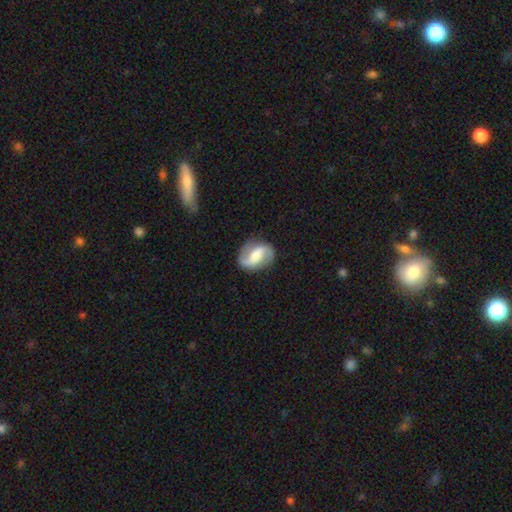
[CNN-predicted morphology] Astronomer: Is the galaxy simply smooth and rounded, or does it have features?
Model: featured or disk — 79%.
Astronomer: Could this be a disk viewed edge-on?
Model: no — 97%.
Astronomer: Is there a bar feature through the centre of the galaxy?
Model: strong — 42% (runner-up: weak, 39%).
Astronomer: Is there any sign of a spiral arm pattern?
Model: yes — 94%.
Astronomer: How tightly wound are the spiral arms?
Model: loose — 44% (runner-up: medium, 40%).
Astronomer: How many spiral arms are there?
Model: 2 — 92%.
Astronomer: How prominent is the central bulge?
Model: moderate — 47% (runner-up: small, 29%).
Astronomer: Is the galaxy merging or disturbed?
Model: none — 83%.